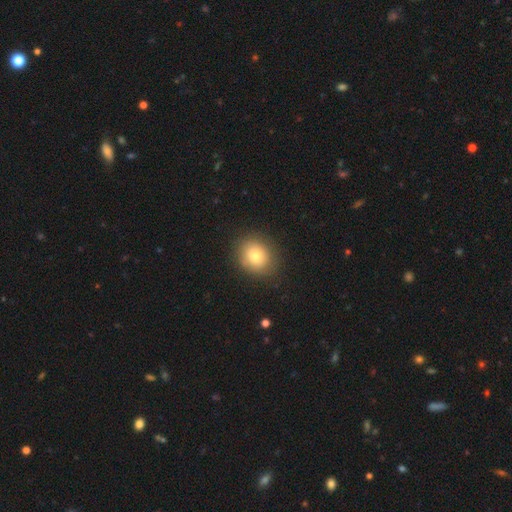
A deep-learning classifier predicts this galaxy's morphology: smooth_or_featured: smooth (p=0.77) [alt: featured or disk p=0.13]
how_rounded: round (p=0.66) [alt: in between p=0.33]
merging: none (p=0.85) [alt: minor disturbance p=0.11]